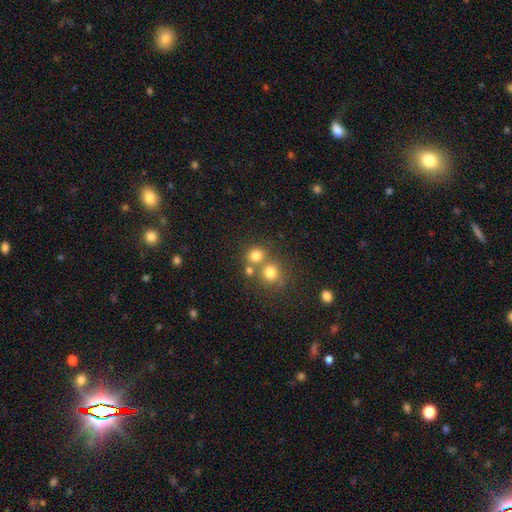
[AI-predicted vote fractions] A smooth galaxy with no disk features (75%) that is round (81%). Merging: none (56%).